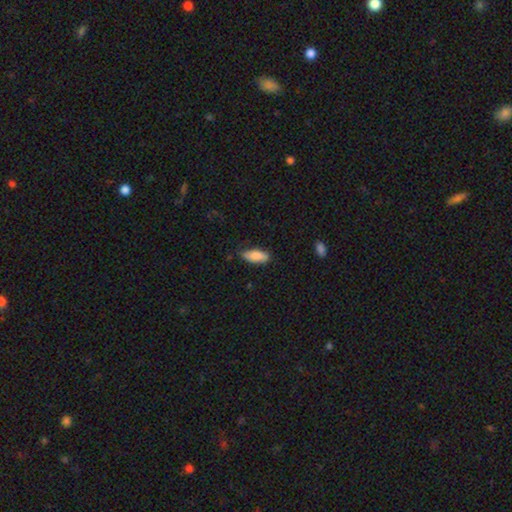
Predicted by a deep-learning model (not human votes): smooth-or-featured: smooth: 81% | featured or disk: 13% | star or artifact: 6%
  how-rounded: in between: 80% | cigar-shaped: 18% | round: 2%
  merging: none: 80% | minor disturbance: 16% | major disturbance: 3% | merger: 1%